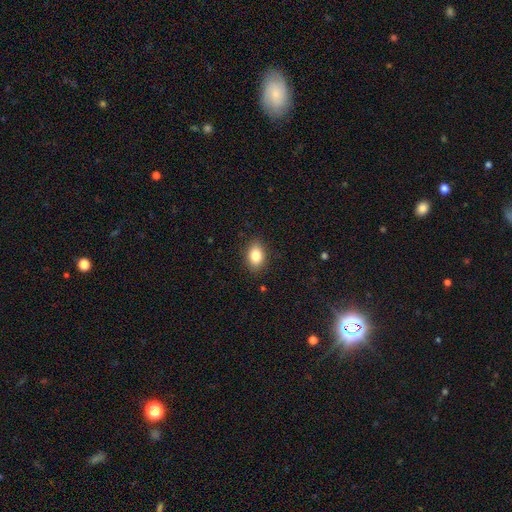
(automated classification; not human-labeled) This is clearly a smooth galaxy (84%). How rounded: clearly in between (83%). Merging: clearly none (88%).